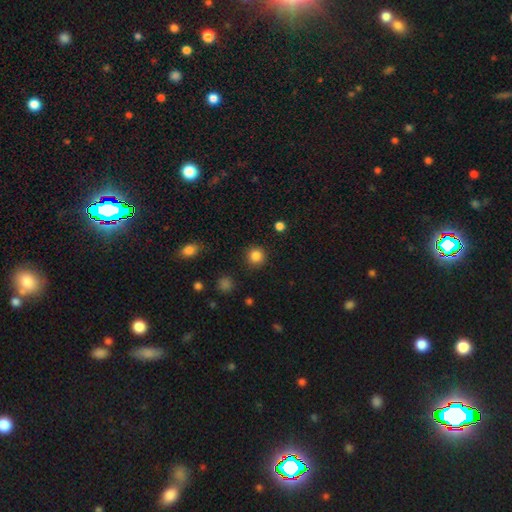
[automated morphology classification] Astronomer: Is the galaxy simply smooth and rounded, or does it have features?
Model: smooth — 85%.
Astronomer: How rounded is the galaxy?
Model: round — 94%.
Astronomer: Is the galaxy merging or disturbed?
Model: none — 90%.